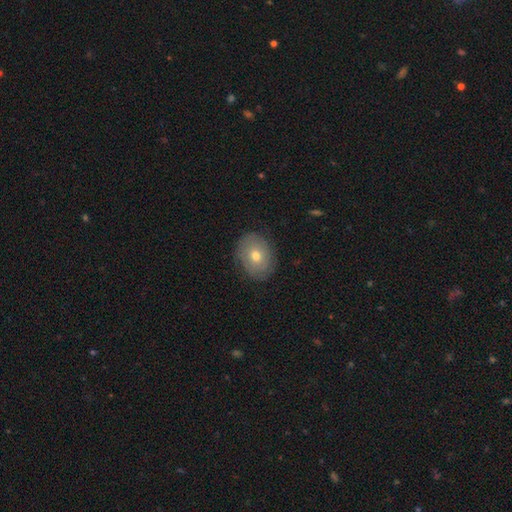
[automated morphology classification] This is possibly a smooth galaxy (58%). How rounded: possibly in between (60%). Merging: clearly none (83%).